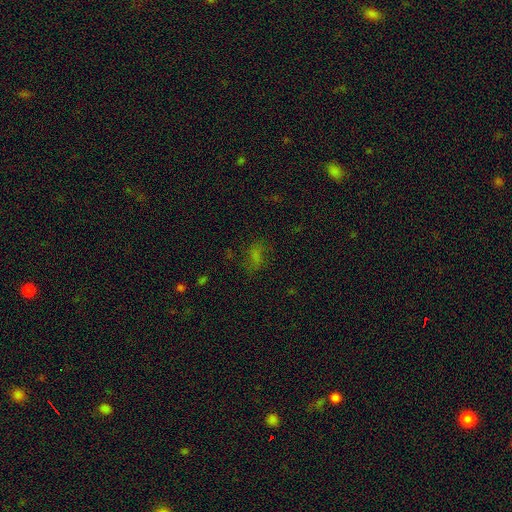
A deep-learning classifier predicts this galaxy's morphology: This is possibly a smooth galaxy (57%). How rounded: likely in between (79%). Merging: likely none (62%).